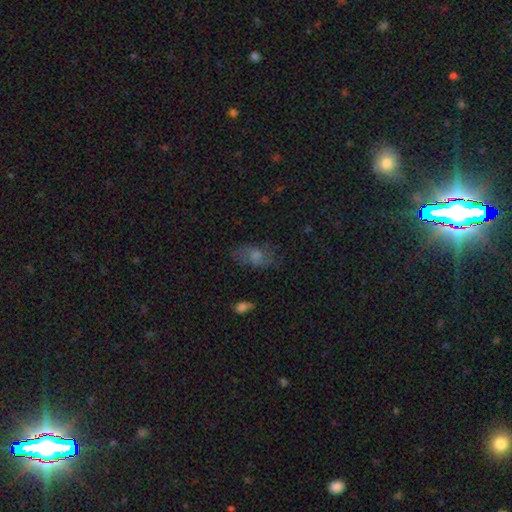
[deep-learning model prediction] Morphology: type=smooth (50%); merging=none (72%).